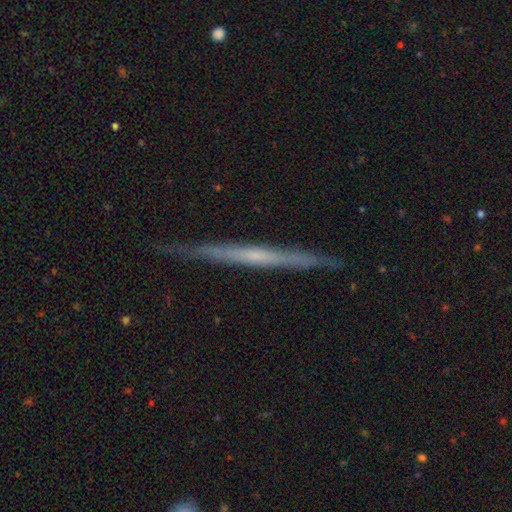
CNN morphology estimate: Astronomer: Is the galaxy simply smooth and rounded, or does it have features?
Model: featured or disk — 65%.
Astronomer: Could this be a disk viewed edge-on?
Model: yes — 97%.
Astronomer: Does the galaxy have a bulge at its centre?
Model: none — 78%.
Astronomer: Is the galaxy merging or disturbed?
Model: none — 85%.